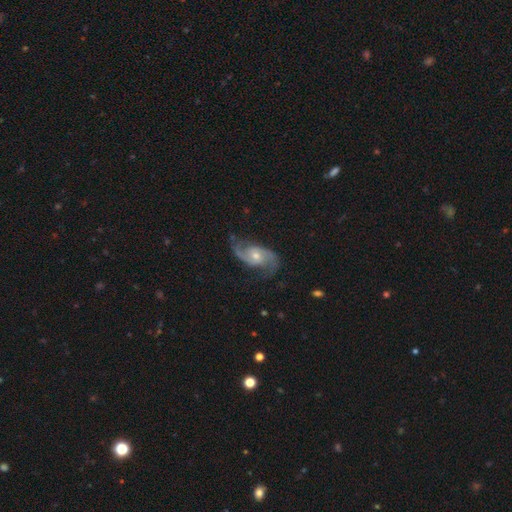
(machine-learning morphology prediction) The model was most divided on "bulge size": moderate: 51%, small: 44%, large: 3%, none: 2%, dominant: 1%. More confident: spiral arms — yes (97%); edge-on disk — no (97%); spiral arm count — 2 (92%); smooth or featured — featured or disk (90%); merging — none (76%); bar — no (59%); spiral winding — medium (51%).